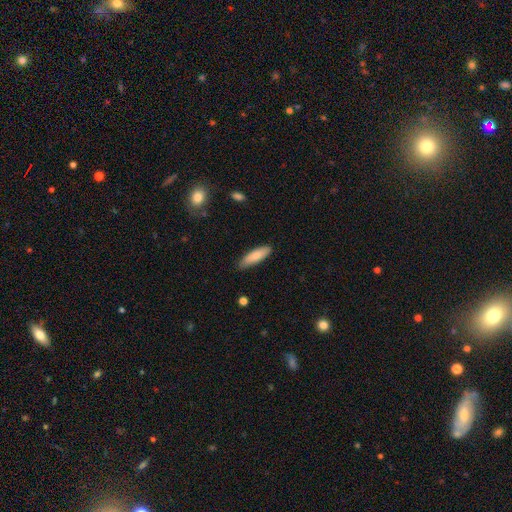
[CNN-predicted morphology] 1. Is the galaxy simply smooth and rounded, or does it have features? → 81% smooth, 13% featured or disk, 6% star or artifact.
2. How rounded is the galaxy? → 62% cigar-shaped, 36% in between, 2% round.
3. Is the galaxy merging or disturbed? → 86% none, 11% minor disturbance, 2% major disturbance, 1% merger.